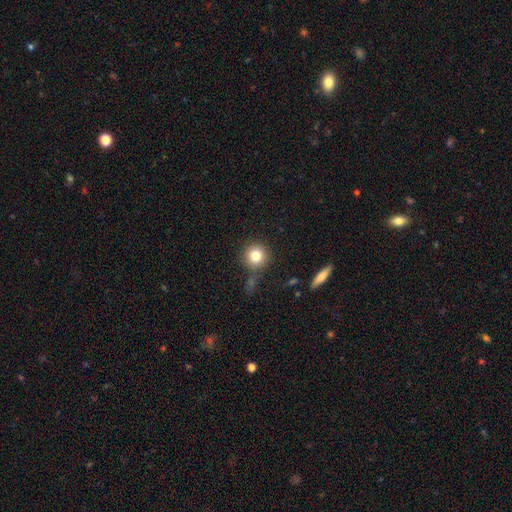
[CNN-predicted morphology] Overall: smooth (82%). How rounded: round (92%). Merging: none (76%).